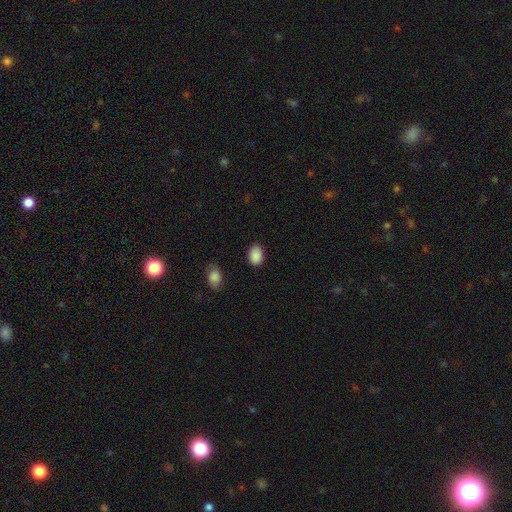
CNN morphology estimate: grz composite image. It shows a smooth galaxy with no disk features (89%) that is in between round and cigar-shaped (77%). Merging: none (85%).